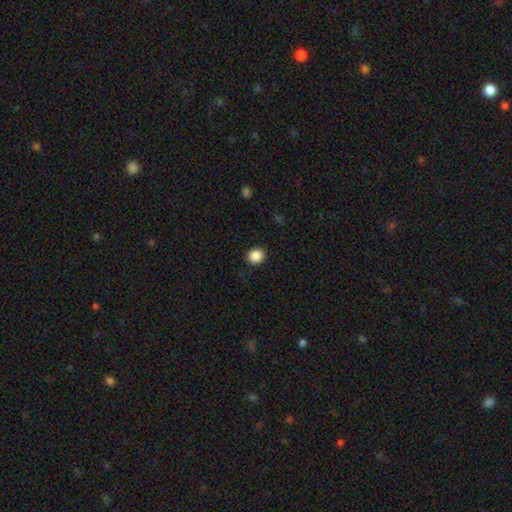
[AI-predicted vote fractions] smooth 88%, star or artifact 9%, featured or disk 3%. Down the decision tree: how rounded — round (80%); merging — none (90%).